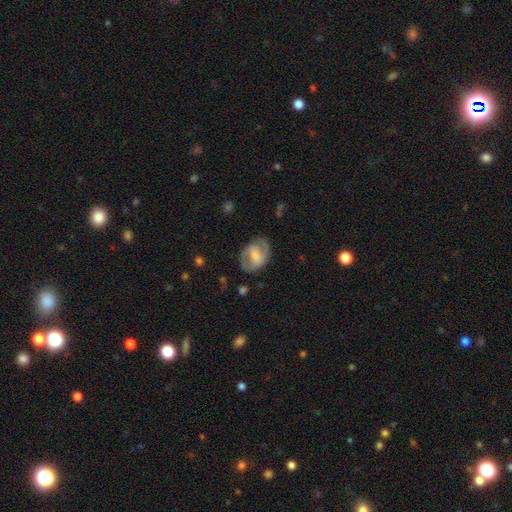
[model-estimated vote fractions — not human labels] This is likely a featured or disk galaxy (63%). It is clearly not viewed edge-on (96%). Bar: marginally weak (43%). Spiral arm pattern: likely yes (74%). Central bulge: marginally moderate (29%). Merging: likely none (72%).